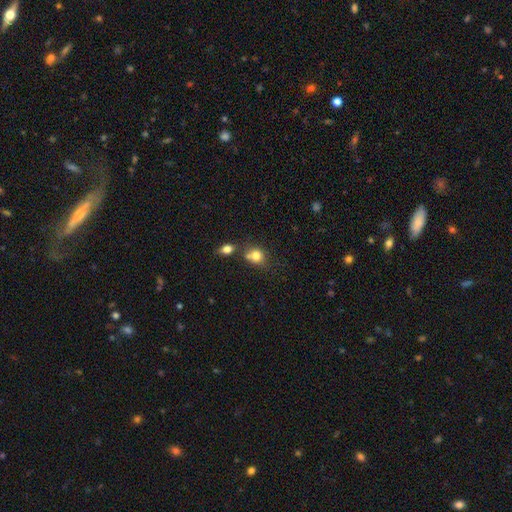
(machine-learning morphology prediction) This appears to be a smooth galaxy with no disk features (78%) that is round (68%). Merging: none (48%).